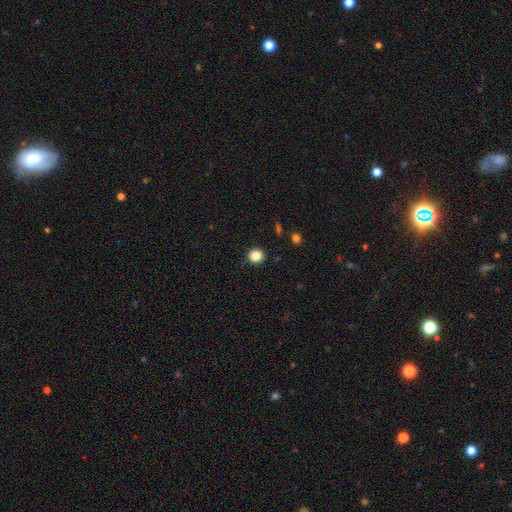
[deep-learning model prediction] Q: Smooth or featured?
A: smooth (85%); runner-up: star or artifact (11%)
Q: How rounded?
A: round (88%); runner-up: in between (11%)
Q: Merging?
A: none (91%); runner-up: minor disturbance (6%)